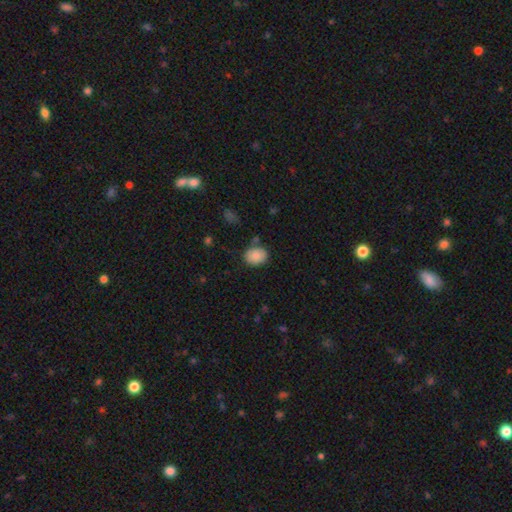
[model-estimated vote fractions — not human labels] Q: Smooth or featured?
A: smooth (84%); runner-up: star or artifact (8%)
Q: How rounded?
A: in between (51%); runner-up: round (48%)
Q: Merging?
A: none (76%); runner-up: minor disturbance (15%)